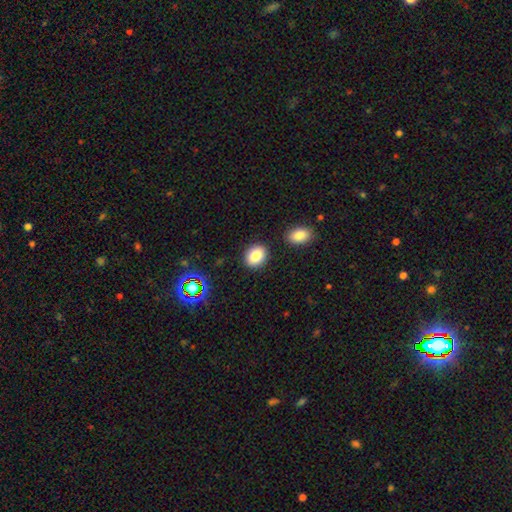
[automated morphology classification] Smooth or featured? Predicted: smooth (p=0.82). How rounded? Predicted: in between (p=0.54). Merging? Predicted: none (p=0.86).